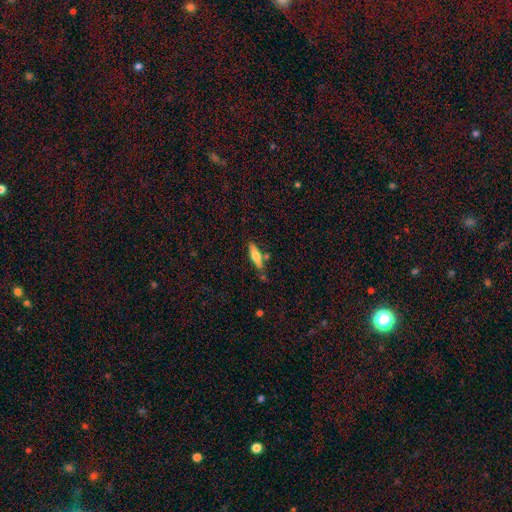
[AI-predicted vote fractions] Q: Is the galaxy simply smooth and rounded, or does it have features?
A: smooth — 61%.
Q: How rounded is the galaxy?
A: cigar-shaped — 64%.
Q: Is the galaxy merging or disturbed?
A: none — 72%.